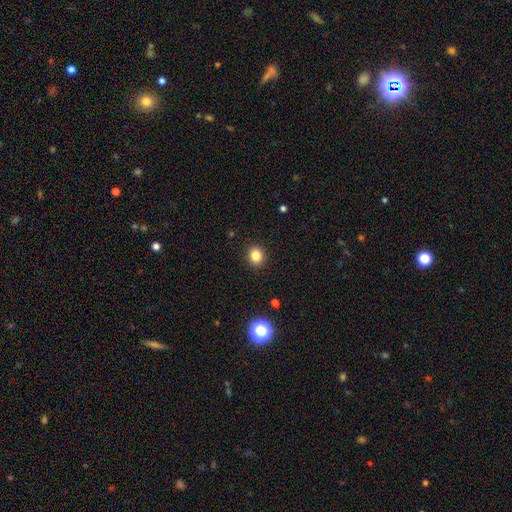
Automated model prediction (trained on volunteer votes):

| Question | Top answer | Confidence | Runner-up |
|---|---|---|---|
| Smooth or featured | smooth | 83% | star or artifact (12%) |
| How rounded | round | 82% | in between (17%) |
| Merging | none | 91% | minor disturbance (6%) |